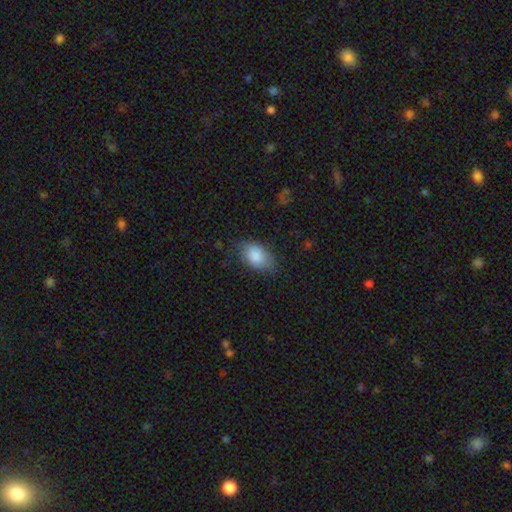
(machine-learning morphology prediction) type=smooth (86%); roundness=in between (91%); merging=none (69%).